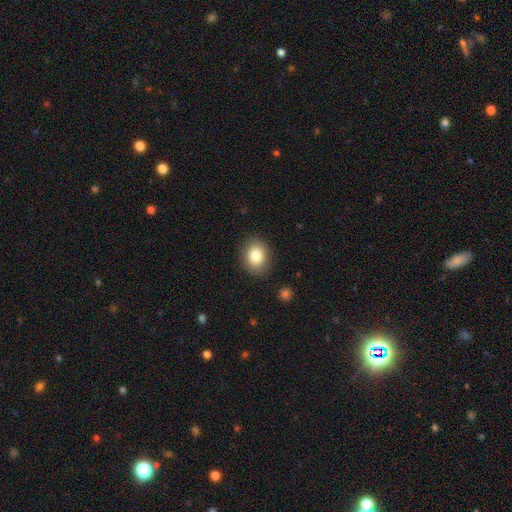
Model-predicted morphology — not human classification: A smooth galaxy with no disk features (82%) that is round (54%). Merging: none (87%).